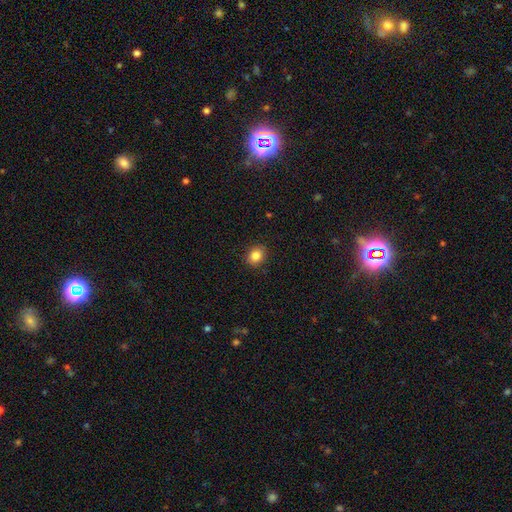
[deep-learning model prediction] This is clearly a smooth galaxy (85%). How rounded: possibly round (57%). Merging: clearly none (89%).